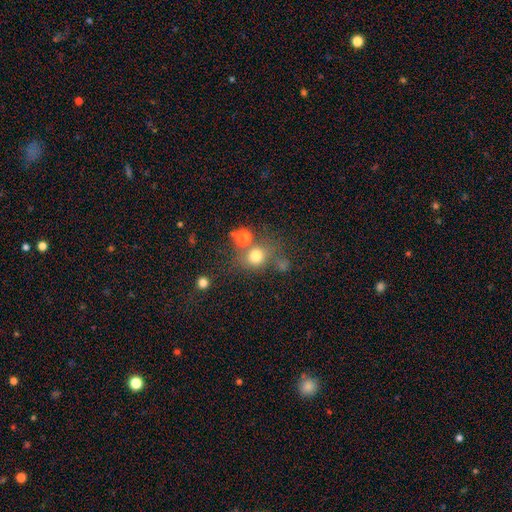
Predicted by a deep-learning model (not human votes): Smooth or featured? Predicted: smooth (p=0.72). How rounded? Predicted: round (p=0.81). Merging? Predicted: none (p=0.61).